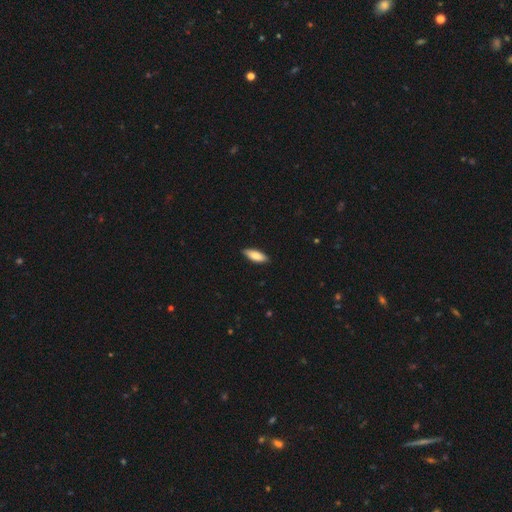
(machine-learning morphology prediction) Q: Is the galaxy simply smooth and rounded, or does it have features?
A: smooth — 81%.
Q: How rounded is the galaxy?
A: in between — 70%.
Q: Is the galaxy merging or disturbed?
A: none — 88%.